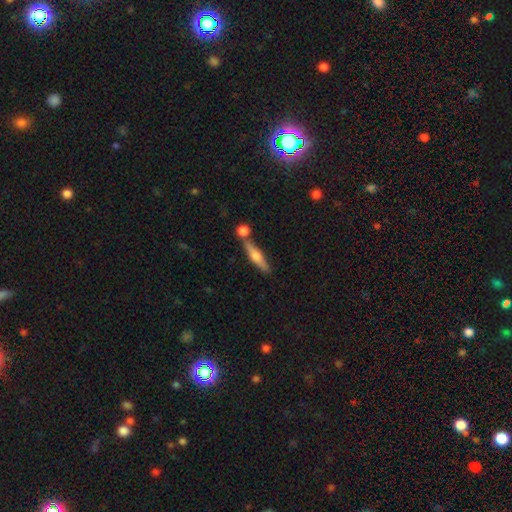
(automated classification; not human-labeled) This is possibly a featured or disk galaxy (49%). Merging: likely none (68%).